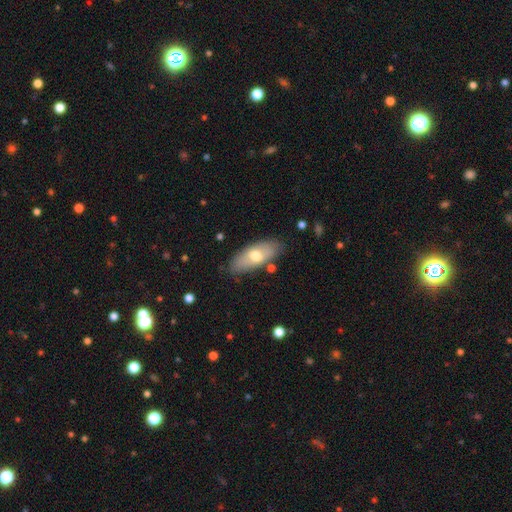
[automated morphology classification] smooth_or_featured: smooth (p=0.62) [alt: featured or disk p=0.32]
how_rounded: in between (p=0.80) [alt: cigar-shaped p=0.17]
merging: none (p=0.80) [alt: minor disturbance p=0.13]